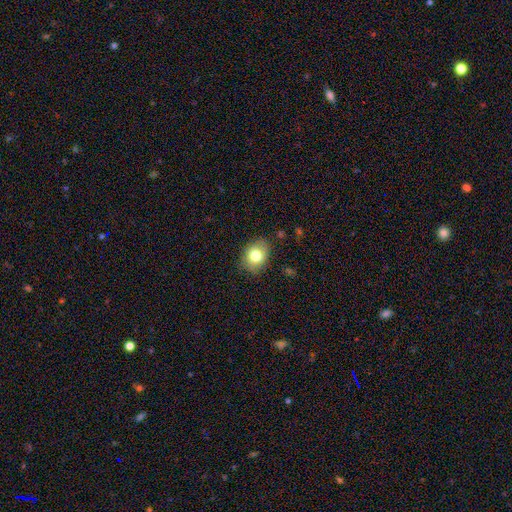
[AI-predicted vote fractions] Morphology: type=smooth (78%); roundness=in between (53%); merging=none (82%).